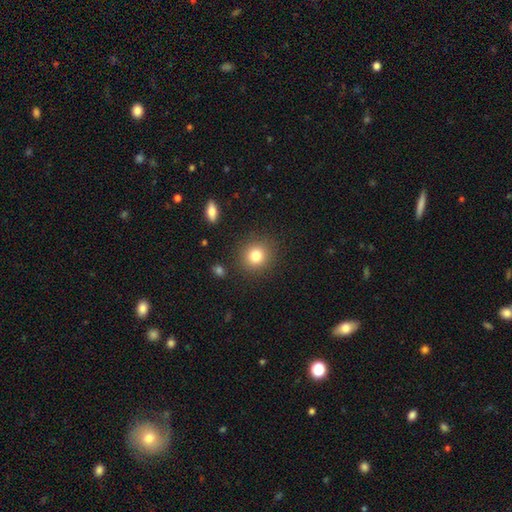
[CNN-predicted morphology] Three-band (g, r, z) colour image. It shows a smooth galaxy with no disk features (81%) that is round (88%). Merging: none (89%).